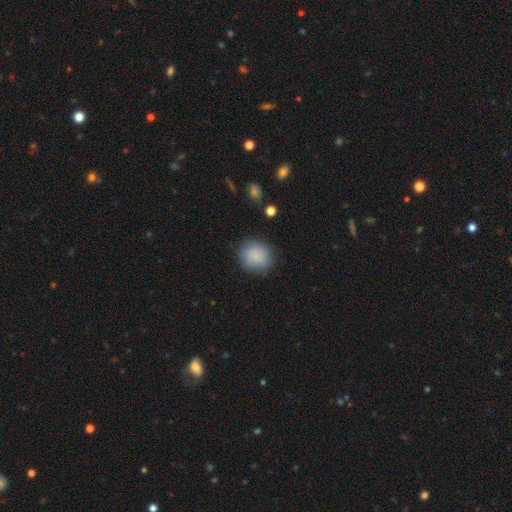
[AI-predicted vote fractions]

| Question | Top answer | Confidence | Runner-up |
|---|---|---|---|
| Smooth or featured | smooth | 87% | star or artifact (7%) |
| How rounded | round | 82% | in between (17%) |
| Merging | none | 82% | minor disturbance (12%) |